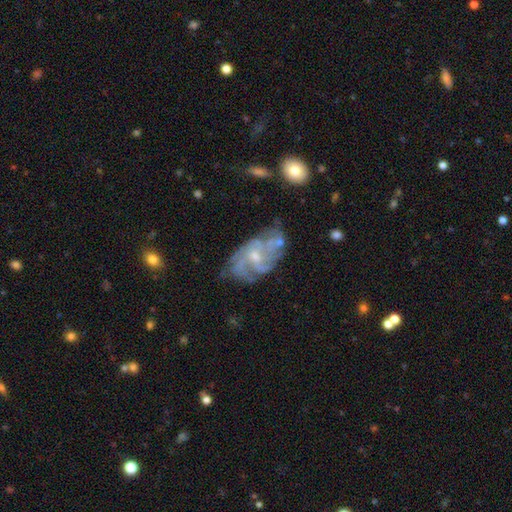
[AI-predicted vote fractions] Overall: featured or disk (80%). Edge-on disk: no (96%). Bar: no (64%; weak 31%). Spiral arms: yes (84%). Spiral arm count: can't tell (39%; 3 19%). Spiral winding: medium (42%; tight 38%). Bulge size: small (58%; moderate 35%). Merging: none (54%; minor disturbance 24%).